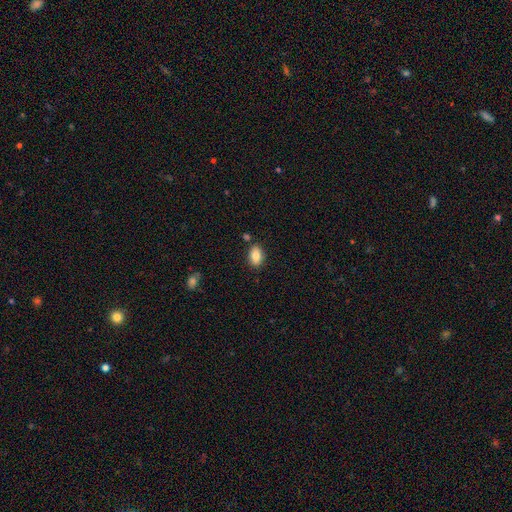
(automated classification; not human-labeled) smooth_or_featured: smooth (p=0.84) [alt: featured or disk p=0.09]
how_rounded: in between (p=0.87) [alt: round p=0.11]
merging: none (p=0.82) [alt: minor disturbance p=0.11]